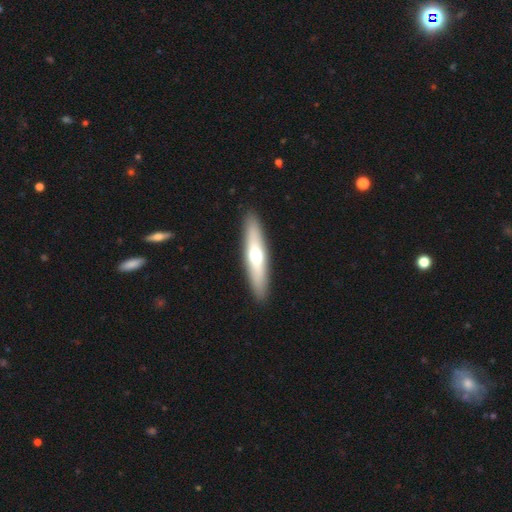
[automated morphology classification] smooth_or_featured: smooth (p=0.50) [alt: featured or disk p=0.45]
how_rounded: cigar-shaped (p=0.83) [alt: in between p=0.16]
merging: none (p=0.92) [alt: minor disturbance p=0.06]